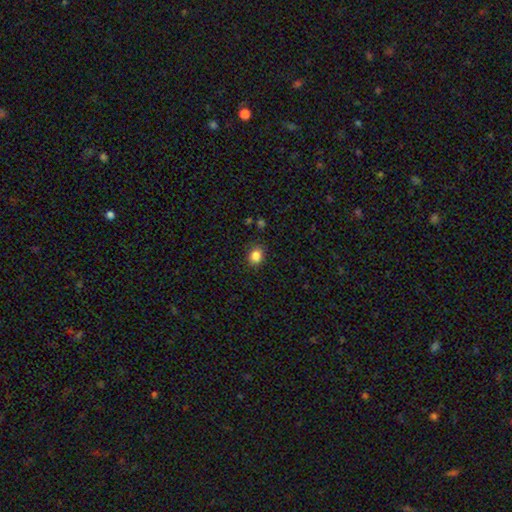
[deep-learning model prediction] A smooth galaxy with no disk features (85%) that is round (58%). Merging: none (86%).